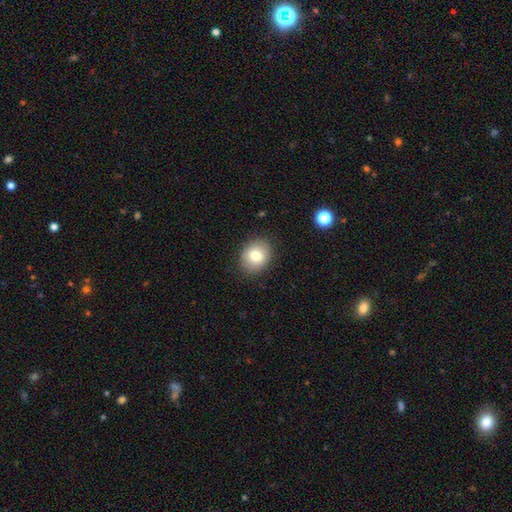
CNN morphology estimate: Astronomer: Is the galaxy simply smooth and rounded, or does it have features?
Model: smooth — 78%.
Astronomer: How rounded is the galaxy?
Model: round — 57% (runner-up: in between, 43%).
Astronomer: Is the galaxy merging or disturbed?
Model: none — 87%.